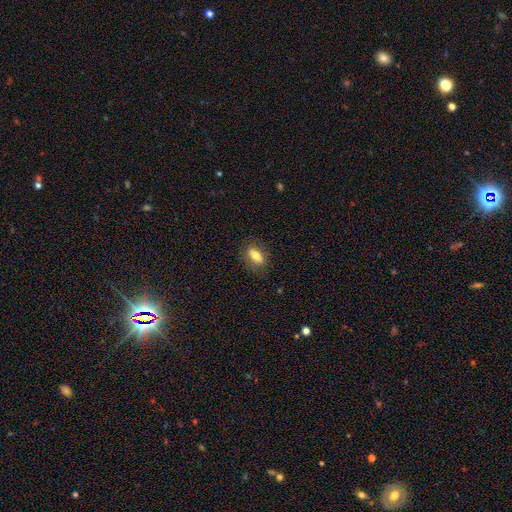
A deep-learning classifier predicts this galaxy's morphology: Smooth or featured? Predicted: smooth (p=0.67). How rounded? Predicted: in between (p=0.80). Merging? Predicted: none (p=0.81).